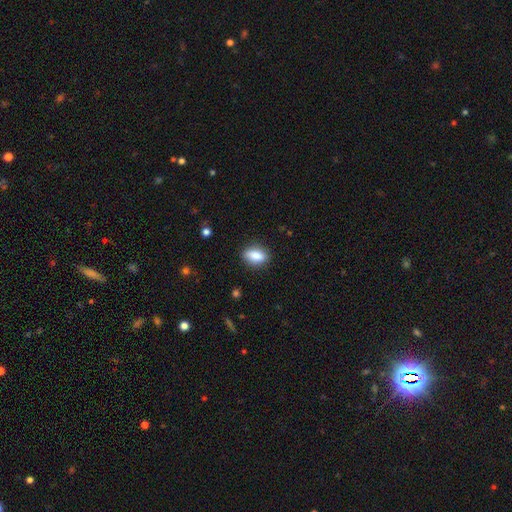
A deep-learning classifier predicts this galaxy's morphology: smooth 83%, featured or disk 9%, star or artifact 8%. Down the decision tree: how rounded — in between (82%); merging — none (85%).